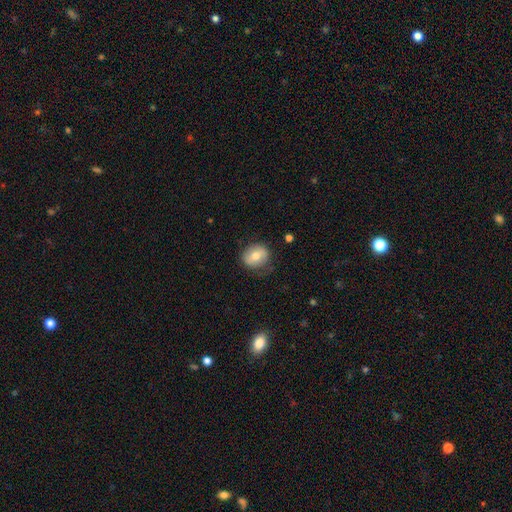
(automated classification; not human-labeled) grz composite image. It shows a smooth galaxy with no disk features (66%) that is round (69%). Merging: none (74%).